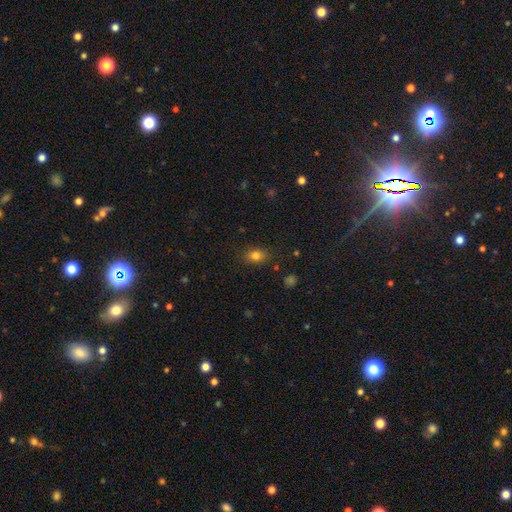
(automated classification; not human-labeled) Smooth or featured?
  - smooth: 80% *
  - star or artifact: 13%
  - featured or disk: 7%
How rounded?
  - in between: 61% *
  - round: 37%
  - cigar-shaped: 1%
Merging?
  - none: 81% *
  - minor disturbance: 13%
  - major disturbance: 4%
  - merger: 2%